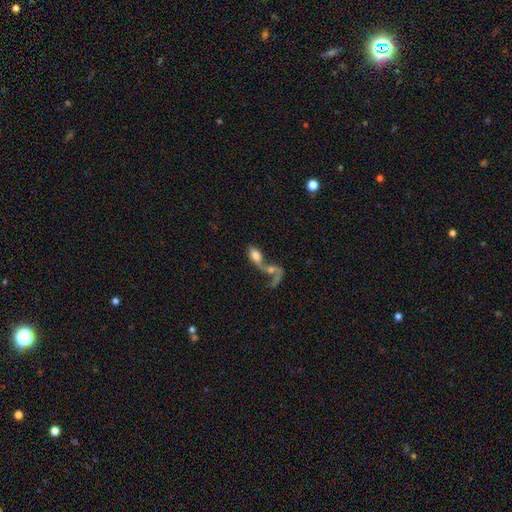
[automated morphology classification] Smooth or featured?
  - smooth: 55% *
  - featured or disk: 35%
  - star or artifact: 10%
How rounded?
  - in between: 81% *
  - cigar-shaped: 12%
  - round: 8%
Merging?
  - merger: 72% *
  - none: 12%
  - major disturbance: 11%
  - minor disturbance: 5%